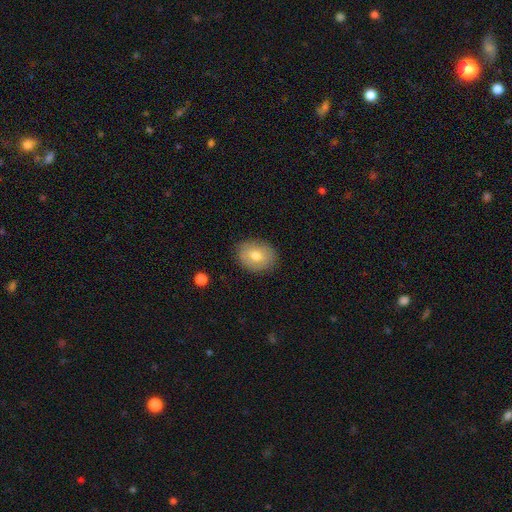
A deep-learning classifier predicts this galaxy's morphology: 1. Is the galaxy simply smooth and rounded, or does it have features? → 73% smooth, 19% featured or disk, 8% star or artifact.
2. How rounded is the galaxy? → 58% in between, 41% round, 1% cigar-shaped.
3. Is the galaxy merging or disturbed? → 86% none, 11% minor disturbance, 3% major disturbance, 1% merger.